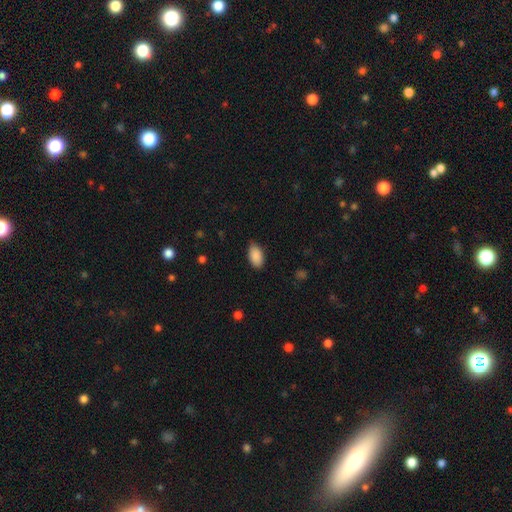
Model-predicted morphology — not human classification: type=smooth (90%); roundness=in between (94%); merging=none (79%).